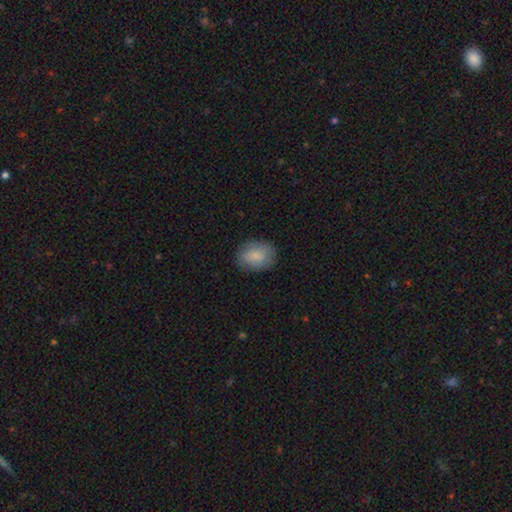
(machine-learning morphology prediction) A smooth galaxy with no disk features (81%) that is in between round and cigar-shaped (62%). Merging: none (83%).